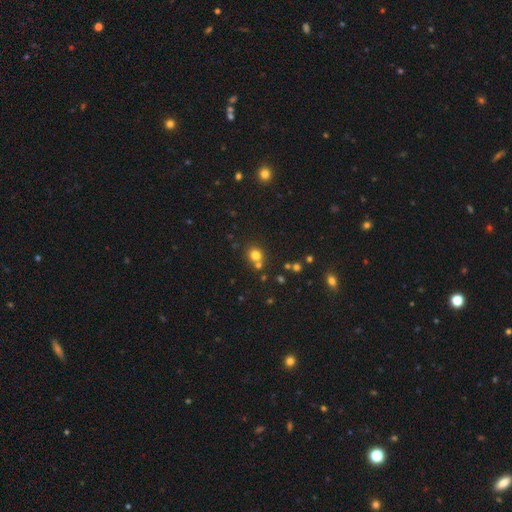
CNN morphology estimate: This appears to be a smooth galaxy with no disk features (75%) that is round (84%). Merging: none (64%).